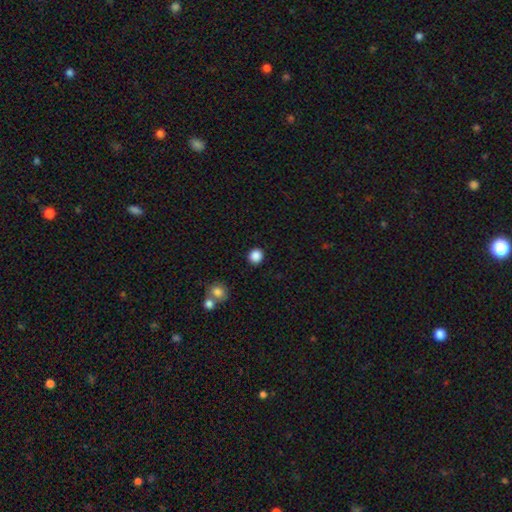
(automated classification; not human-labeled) A smooth galaxy with no disk features (87%) that is round (87%). Merging: none (90%).